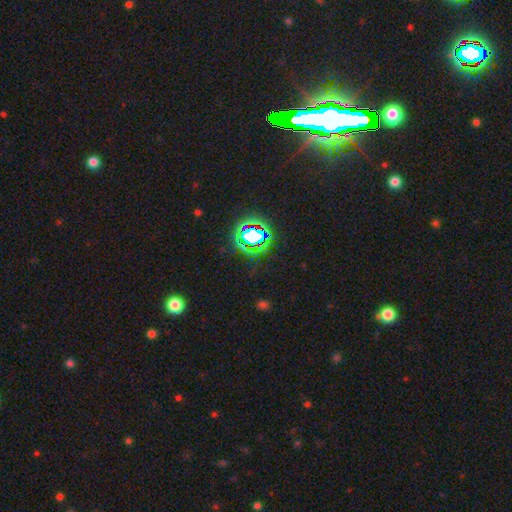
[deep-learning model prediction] Overall: star or artifact (80%).